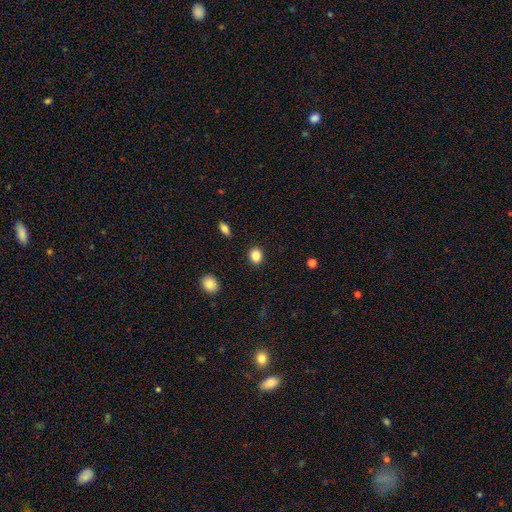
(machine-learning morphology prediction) smooth-or-featured: smooth: 85% | star or artifact: 10% | featured or disk: 5%
  how-rounded: round: 60% | in between: 39% | cigar-shaped: 1%
  merging: none: 90% | minor disturbance: 7% | major disturbance: 2% | merger: 1%